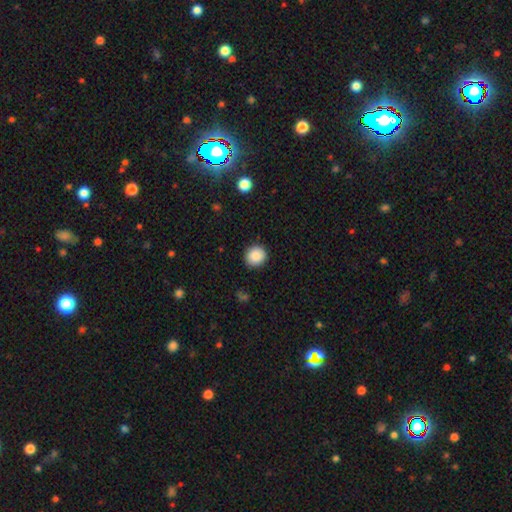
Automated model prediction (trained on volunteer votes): Morphology: type=smooth (88%); roundness=round (90%); merging=none (90%).